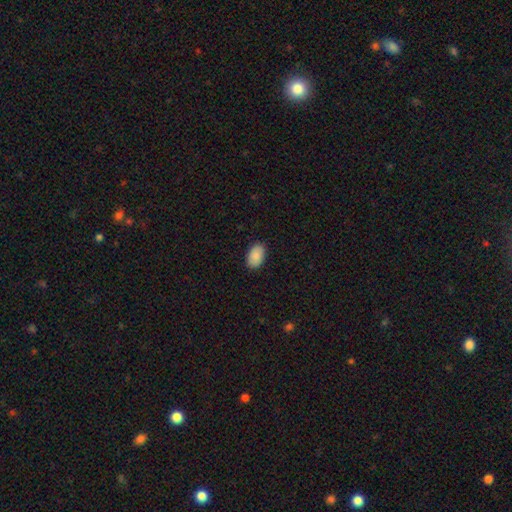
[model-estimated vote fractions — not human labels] This appears to be a smooth galaxy with no disk features (90%) that is in between round and cigar-shaped (92%). Merging: none (89%).